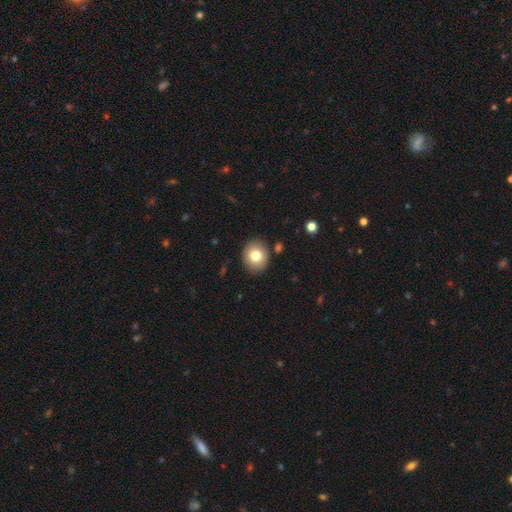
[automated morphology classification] A smooth galaxy with no disk features (79%) that is round (62%).

Vote fractions:
- Smooth or featured? smooth: 79% / featured or disk: 12% / star or artifact: 9%
- How rounded? round: 62% / in between: 37% / cigar-shaped: 1%
- Merging? none: 88% / minor disturbance: 8% / merger: 2% / major disturbance: 2%